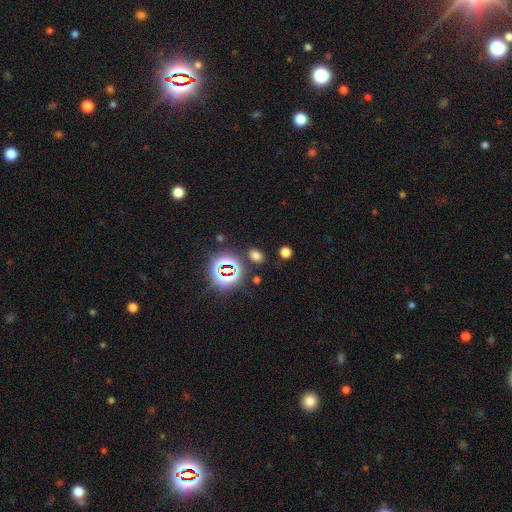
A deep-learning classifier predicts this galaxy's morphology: Q: Smooth or featured?
A: smooth (61%); runner-up: star or artifact (32%)
Q: How rounded?
A: in between (72%); runner-up: round (27%)
Q: Merging?
A: none (84%); runner-up: minor disturbance (9%)